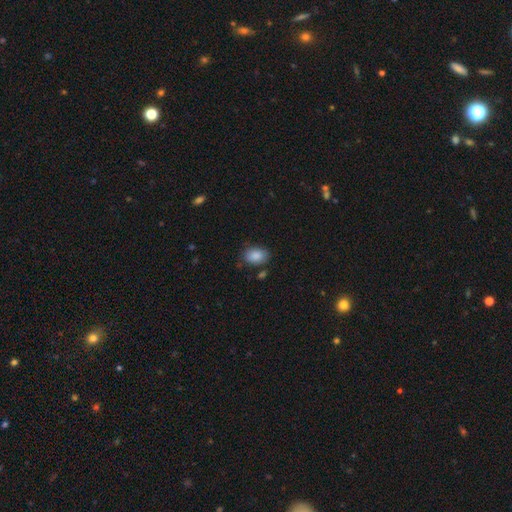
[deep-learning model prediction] A smooth galaxy with no disk features (88%) that is in between round and cigar-shaped (84%).

Vote fractions:
- Smooth or featured? smooth: 88% / star or artifact: 8% / featured or disk: 5%
- How rounded? in between: 84% / round: 15% / cigar-shaped: 1%
- Merging? none: 78% / minor disturbance: 15% / merger: 4% / major disturbance: 4%